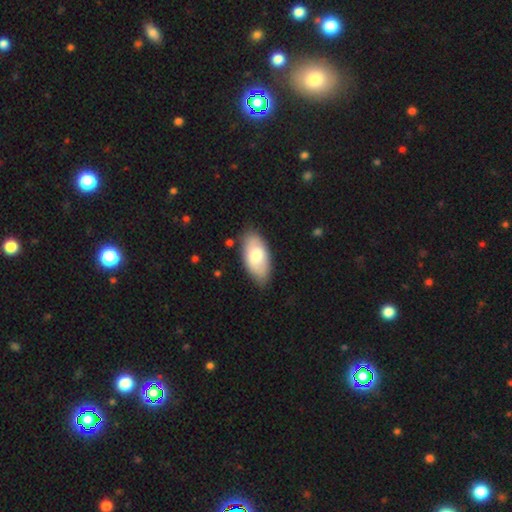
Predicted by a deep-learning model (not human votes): Smooth or featured: smooth — 75% (featured or disk — 20%)
How rounded: in between — 94% (cigar-shaped — 4%)
Merging: none — 79% (minor disturbance — 16%)